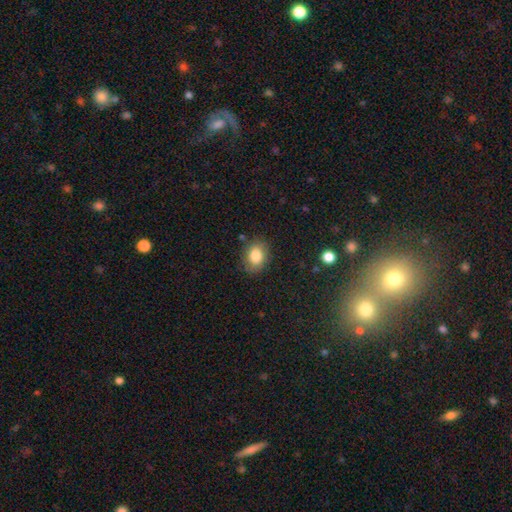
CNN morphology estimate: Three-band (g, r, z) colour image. It shows a smooth galaxy with no disk features (82%) that is in between round and cigar-shaped (67%). Merging: none (79%).